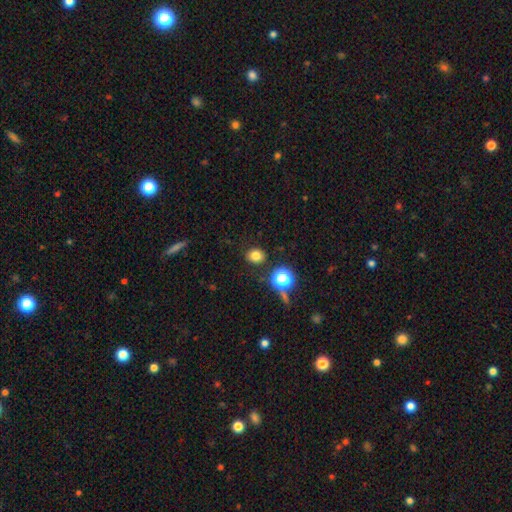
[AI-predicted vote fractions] This is likely a smooth galaxy (77%). How rounded: likely round (69%). Merging: clearly none (85%).